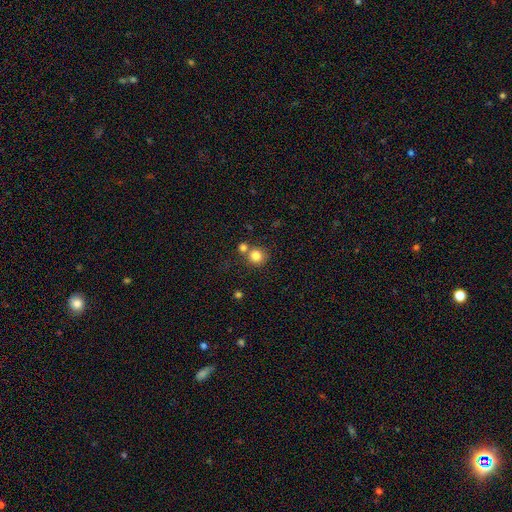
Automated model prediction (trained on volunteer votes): Smooth or featured: smooth — 82% (star or artifact — 11%)
How rounded: round — 91% (in between — 8%)
Merging: none — 63% (merger — 26%)